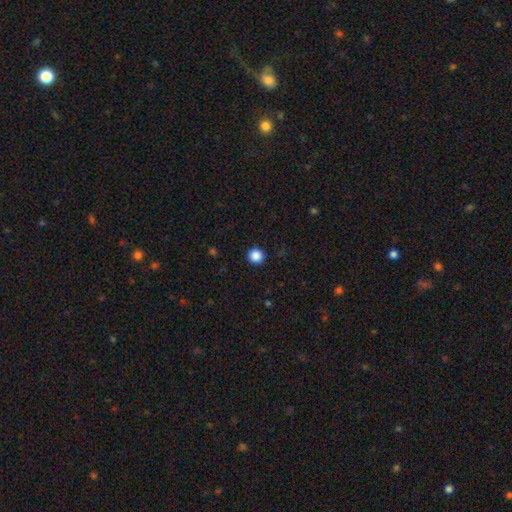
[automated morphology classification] The model was most divided on "smooth or featured": smooth: 87%, star or artifact: 10%, featured or disk: 3%. More confident: how rounded — round (95%); merging — none (93%).